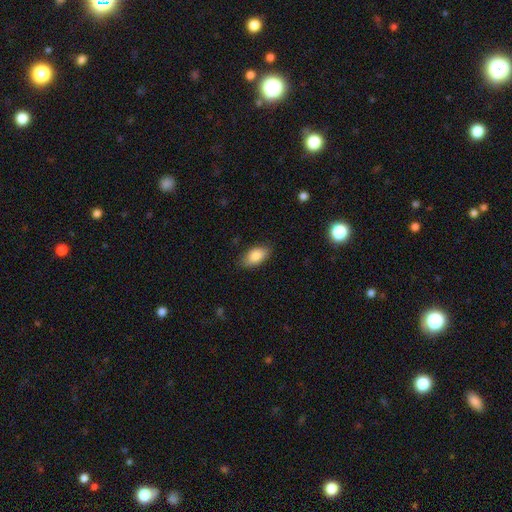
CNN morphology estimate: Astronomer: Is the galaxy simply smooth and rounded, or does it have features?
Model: smooth — 84%.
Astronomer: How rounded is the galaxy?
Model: in between — 91%.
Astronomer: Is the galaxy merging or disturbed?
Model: none — 83%.